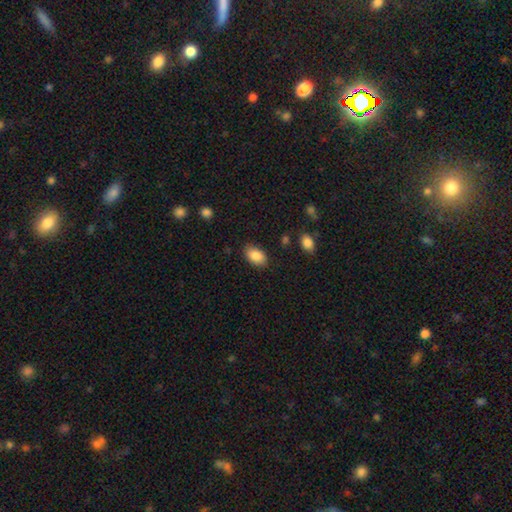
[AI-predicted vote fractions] smooth-or-featured: smooth: 88% | star or artifact: 7% | featured or disk: 5%
  how-rounded: in between: 92% | round: 7% | cigar-shaped: 1%
  merging: none: 85% | minor disturbance: 11% | major disturbance: 3% | merger: 1%